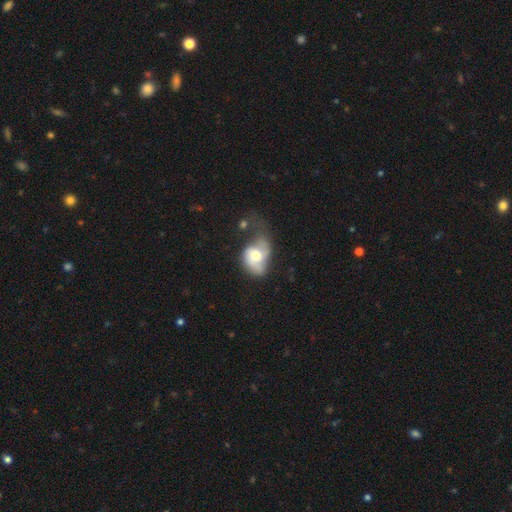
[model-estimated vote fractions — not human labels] featured or disk 48%, smooth 45%, star or artifact 7%. Down the decision tree: merging — major disturbance (42%).